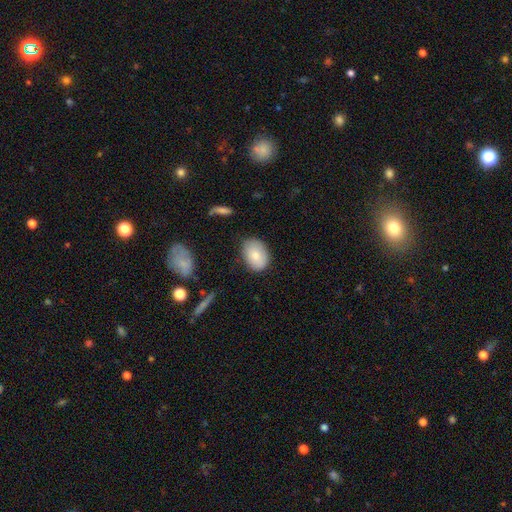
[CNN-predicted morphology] Q: Smooth or featured?
A: smooth (80%); runner-up: featured or disk (13%)
Q: How rounded?
A: in between (78%); runner-up: round (21%)
Q: Merging?
A: none (78%); runner-up: minor disturbance (17%)